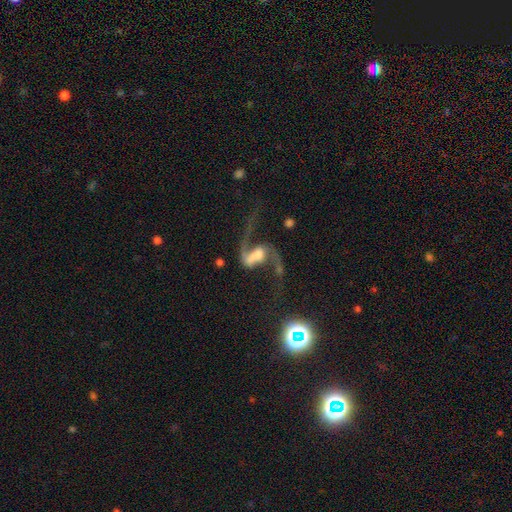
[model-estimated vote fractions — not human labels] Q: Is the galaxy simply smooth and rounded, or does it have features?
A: featured or disk — 86%.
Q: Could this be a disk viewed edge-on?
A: no — 97%.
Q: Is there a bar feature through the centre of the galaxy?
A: weak — 37%.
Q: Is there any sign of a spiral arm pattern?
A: yes — 95%.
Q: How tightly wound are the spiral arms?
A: loose — 85%.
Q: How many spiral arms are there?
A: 2 — 91%.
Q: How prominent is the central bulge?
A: none — 28%.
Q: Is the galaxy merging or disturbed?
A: none — 46%.